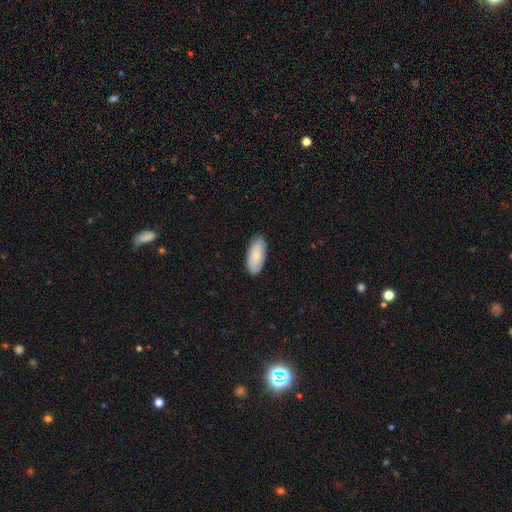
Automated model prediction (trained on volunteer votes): Smooth or featured? Predicted: smooth (p=0.84). How rounded? Predicted: in between (p=0.90). Merging? Predicted: none (p=0.86).